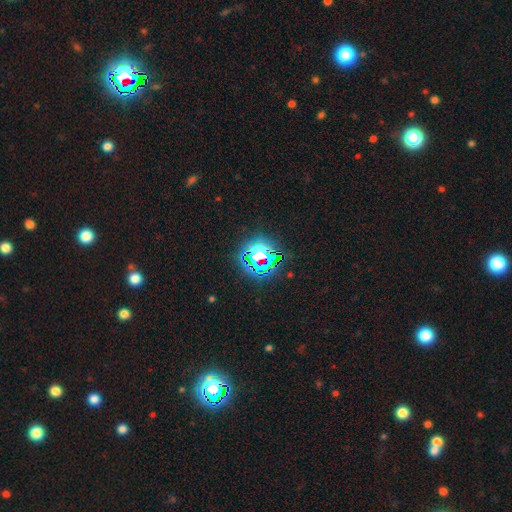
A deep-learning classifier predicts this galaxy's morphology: Q: Smooth or featured?
A: star or artifact (73%); runner-up: smooth (17%)